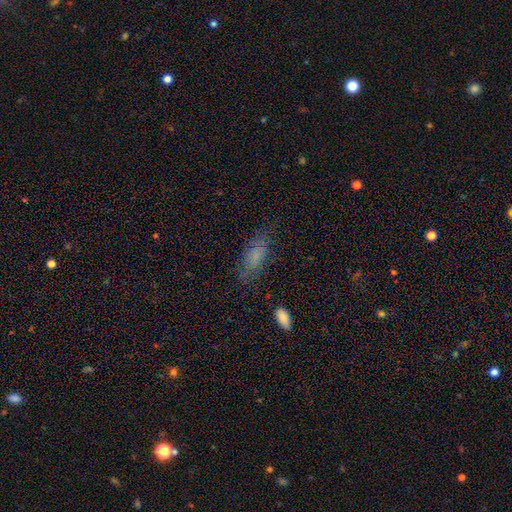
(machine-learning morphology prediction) smooth 71%, featured or disk 16%, star or artifact 12%. Down the decision tree: how rounded — in between (71%); merging — none (72%).